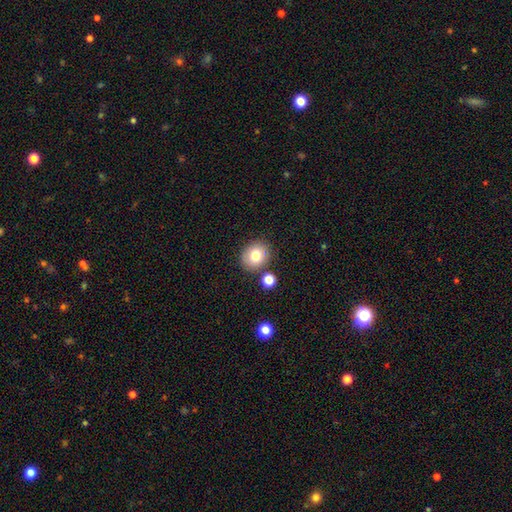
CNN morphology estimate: smooth 78%, featured or disk 11%, star or artifact 10%. Down the decision tree: how rounded — round (67%); merging — none (80%).